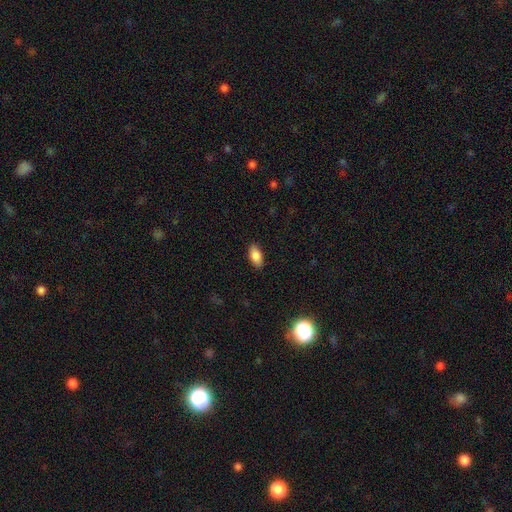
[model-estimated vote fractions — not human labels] A smooth galaxy with no disk features (86%) that is in between round and cigar-shaped (90%).

Vote fractions:
- Smooth or featured? smooth: 86% / featured or disk: 7% / star or artifact: 7%
- How rounded? in between: 90% / cigar-shaped: 7% / round: 3%
- Merging? none: 88% / minor disturbance: 9% / major disturbance: 2% / merger: 1%